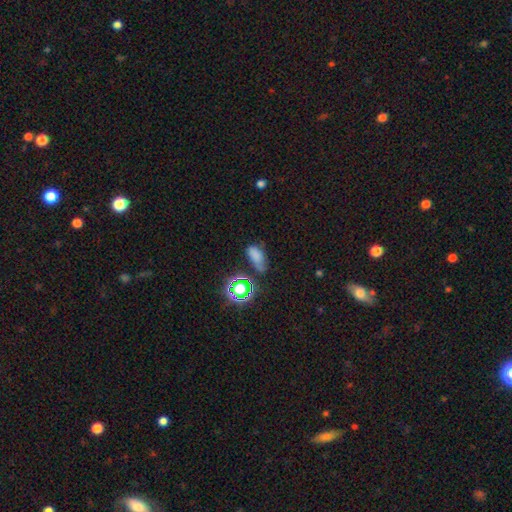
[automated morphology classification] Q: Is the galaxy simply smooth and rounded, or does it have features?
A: smooth — 68%.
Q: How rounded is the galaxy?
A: in between — 82%.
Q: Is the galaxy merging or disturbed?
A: none — 51%.